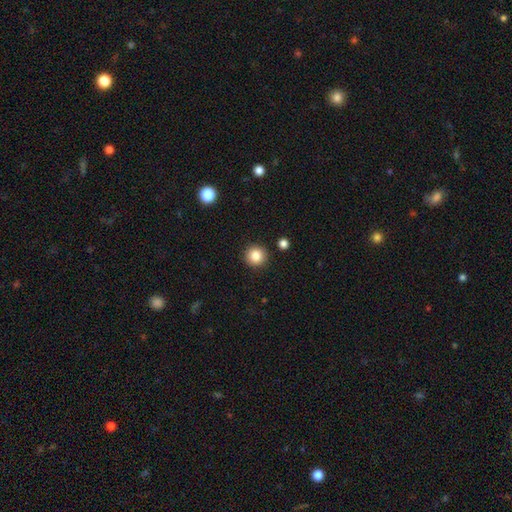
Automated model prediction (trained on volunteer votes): smooth-or-featured: smooth: 85% | star or artifact: 10% | featured or disk: 5%
  how-rounded: round: 95% | in between: 4% | cigar-shaped: 1%
  merging: none: 92% | minor disturbance: 5% | merger: 2% | major disturbance: 2%